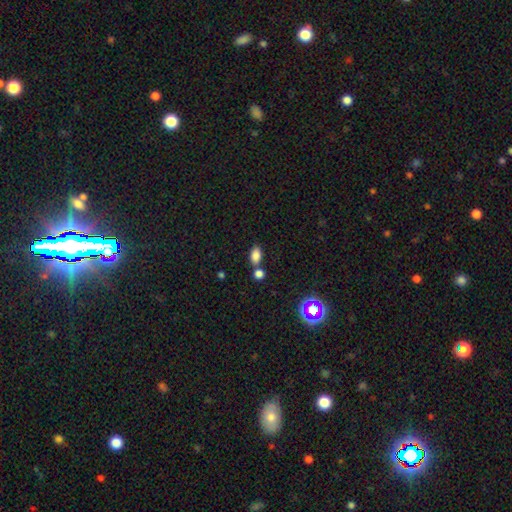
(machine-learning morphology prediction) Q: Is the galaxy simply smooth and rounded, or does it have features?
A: smooth — 82%.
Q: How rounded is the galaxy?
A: in between — 87%.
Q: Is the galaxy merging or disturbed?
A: none — 58%.